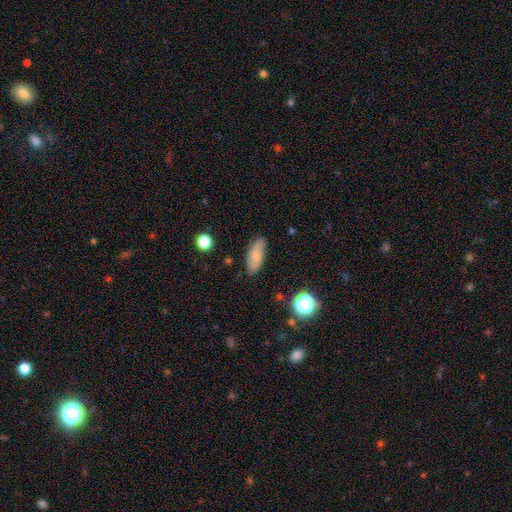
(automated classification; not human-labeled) Q: Smooth or featured?
A: smooth (61%); runner-up: featured or disk (30%)
Q: How rounded?
A: in between (81%); runner-up: cigar-shaped (15%)
Q: Merging?
A: none (76%); runner-up: minor disturbance (18%)